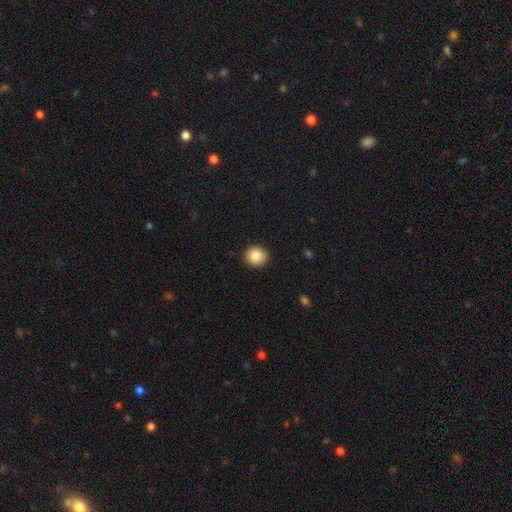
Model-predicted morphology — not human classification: Smooth or featured? Predicted: smooth (p=0.88). How rounded? Predicted: round (p=0.90). Merging? Predicted: none (p=0.91).